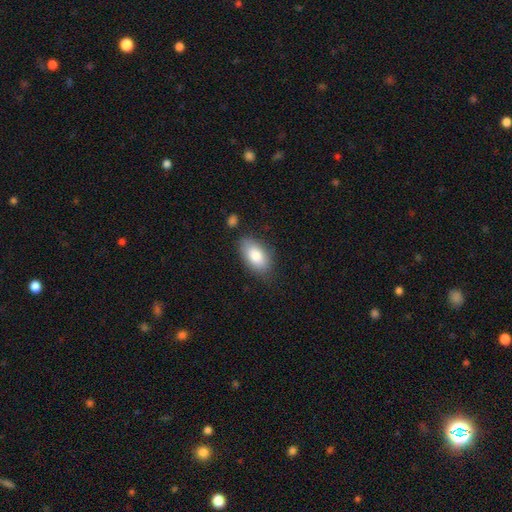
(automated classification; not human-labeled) Smooth or featured? Predicted: smooth (p=0.82). How rounded? Predicted: in between (p=0.93). Merging? Predicted: none (p=0.77).